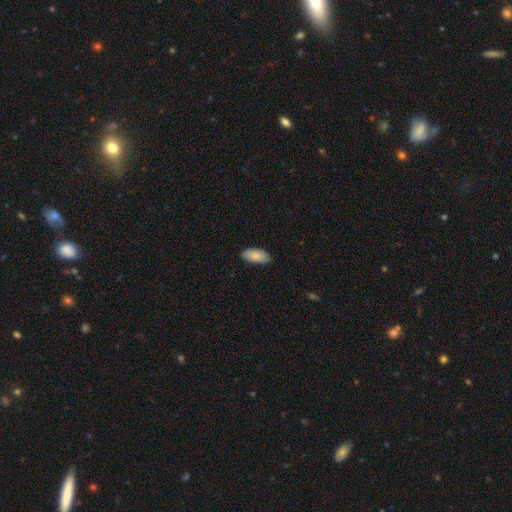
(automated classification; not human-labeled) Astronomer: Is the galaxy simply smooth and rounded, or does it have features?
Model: smooth — 87%.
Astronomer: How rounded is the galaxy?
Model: in between — 92%.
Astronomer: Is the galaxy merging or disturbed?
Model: none — 81%.